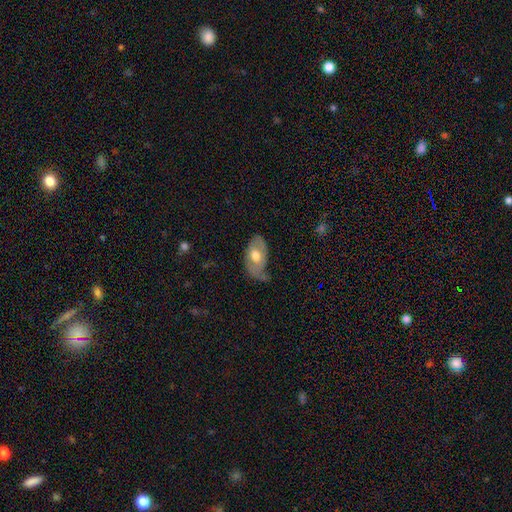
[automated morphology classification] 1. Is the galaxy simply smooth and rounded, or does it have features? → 51% smooth, 43% featured or disk, 6% star or artifact.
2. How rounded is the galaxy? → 92% in between, 5% round, 2% cigar-shaped.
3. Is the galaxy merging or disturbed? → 41% none, 39% minor disturbance, 17% major disturbance, 3% merger.